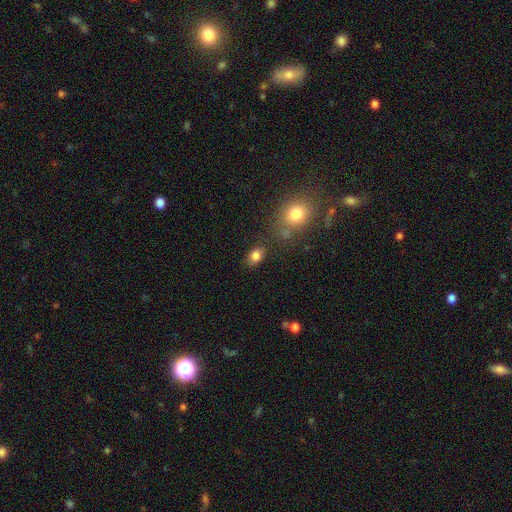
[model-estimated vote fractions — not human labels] This appears to be a smooth galaxy with no disk features (83%) that is in between round and cigar-shaped (74%). Merging: none (74%).